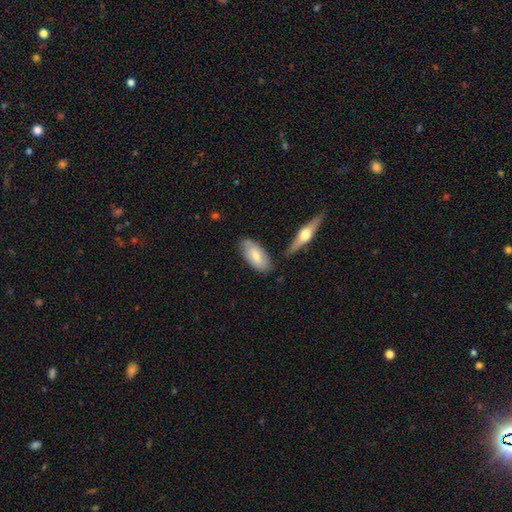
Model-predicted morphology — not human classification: smooth 66%, featured or disk 29%, star or artifact 5%. Down the decision tree: how rounded — in between (89%); merging — none (75%).